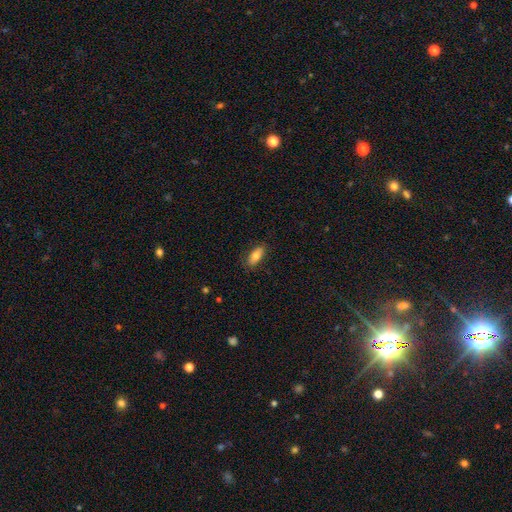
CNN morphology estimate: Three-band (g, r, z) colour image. It shows a smooth galaxy with no disk features (77%) that is in between round and cigar-shaped (85%). Merging: none (82%).